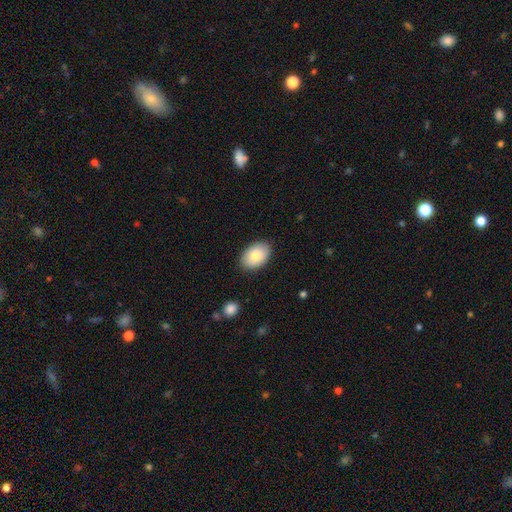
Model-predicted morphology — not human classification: smooth 83%, featured or disk 11%, star or artifact 6%. Down the decision tree: how rounded — in between (89%); merging — none (87%).